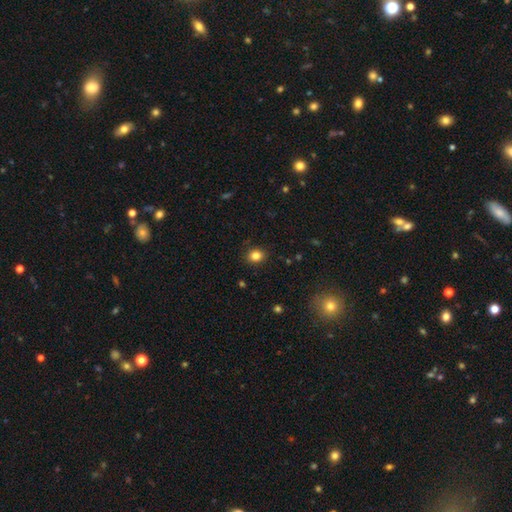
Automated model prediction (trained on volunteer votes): A smooth galaxy with no disk features (83%) that is round (59%).

Vote fractions:
- Smooth or featured? smooth: 83% / star or artifact: 11% / featured or disk: 5%
- How rounded? round: 59% / in between: 40% / cigar-shaped: 1%
- Merging? none: 89% / minor disturbance: 8% / major disturbance: 2% / merger: 1%